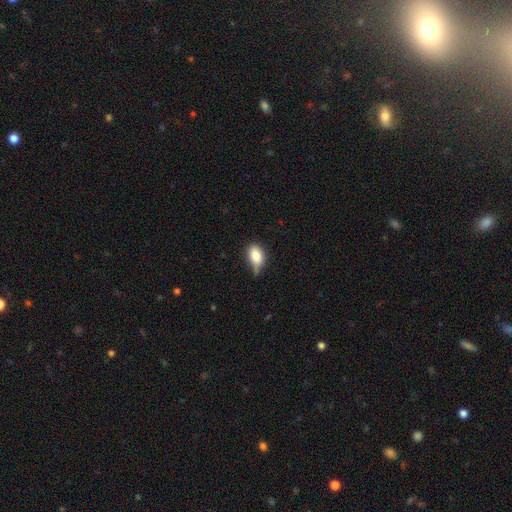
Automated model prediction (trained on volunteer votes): Smooth or featured?
  - smooth: 83% *
  - featured or disk: 9%
  - star or artifact: 8%
How rounded?
  - in between: 87% *
  - round: 10%
  - cigar-shaped: 3%
Merging?
  - none: 43% *
  - minor disturbance: 42%
  - major disturbance: 10%
  - merger: 5%